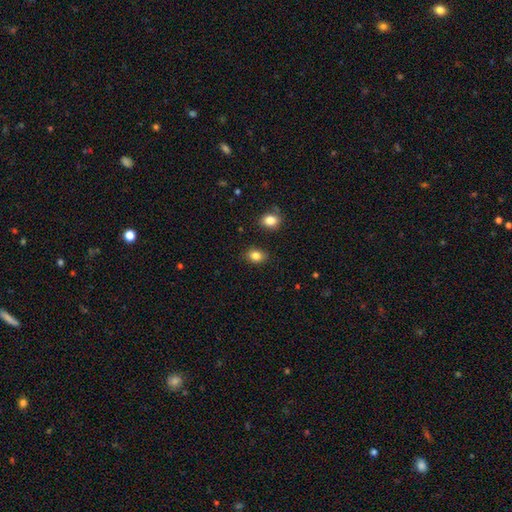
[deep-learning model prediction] This appears to be a smooth galaxy with no disk features (84%) that is in between round and cigar-shaped (64%). Merging: none (85%).